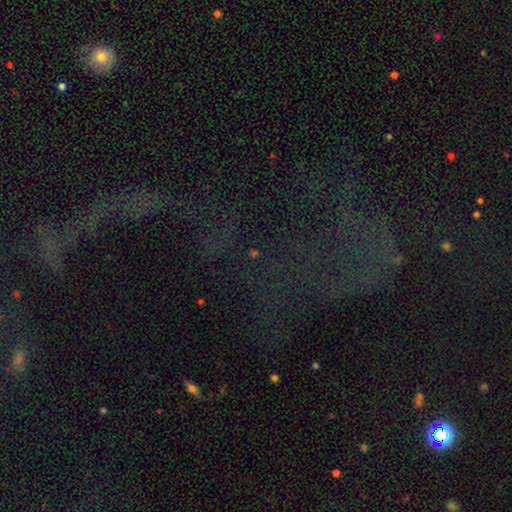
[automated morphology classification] smooth_or_featured: star or artifact (p=0.57) [alt: featured or disk p=0.27]